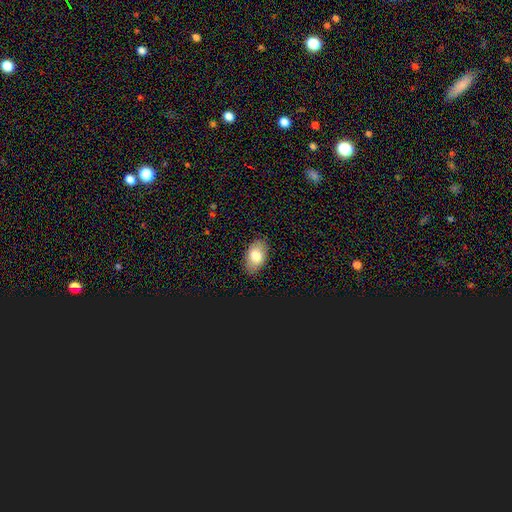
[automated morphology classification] A smooth galaxy with no disk features (78%) that is in between round and cigar-shaped (90%). Merging: none (85%).